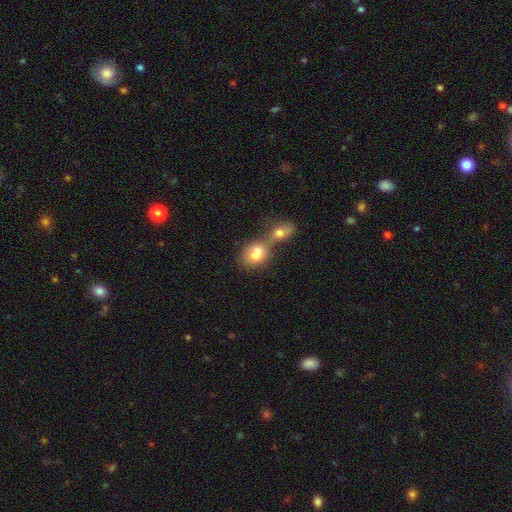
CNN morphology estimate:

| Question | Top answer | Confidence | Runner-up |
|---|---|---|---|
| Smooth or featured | smooth | 71% | featured or disk (19%) |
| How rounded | round | 53% | in between (46%) |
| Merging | merger | 72% | none (18%) |